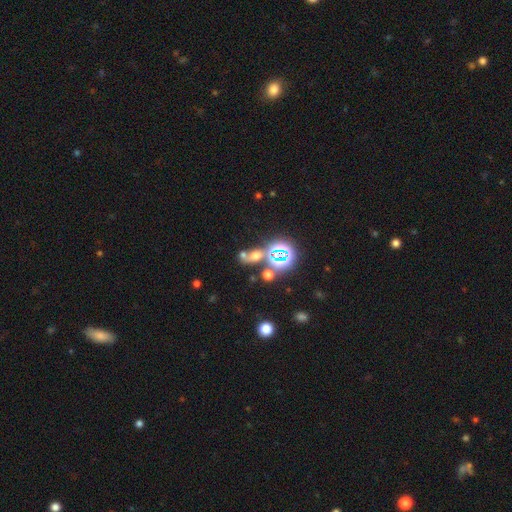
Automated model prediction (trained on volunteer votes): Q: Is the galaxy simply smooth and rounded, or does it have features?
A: star or artifact — 42%, tied with smooth.